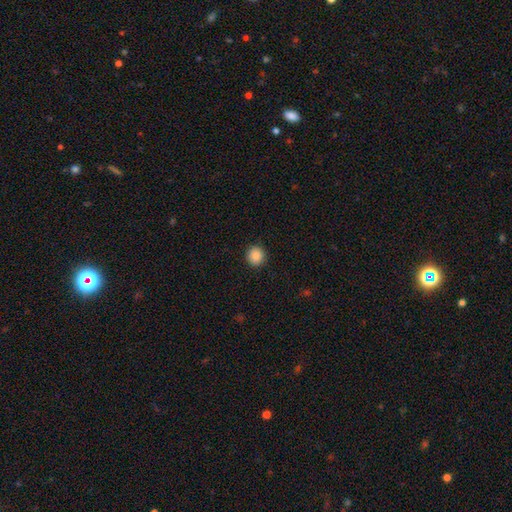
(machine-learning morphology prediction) A smooth galaxy with no disk features (88%) that is round (92%).

Vote fractions:
- Smooth or featured? smooth: 88% / star or artifact: 9% / featured or disk: 3%
- How rounded? round: 92% / in between: 7% / cigar-shaped: 1%
- Merging? none: 92% / minor disturbance: 5% / major disturbance: 2% / merger: 1%